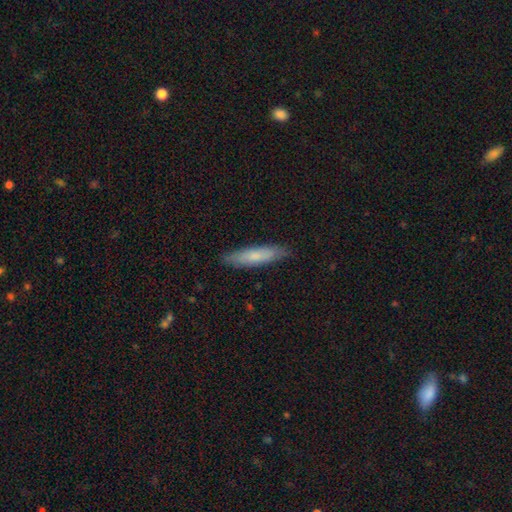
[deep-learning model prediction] A smooth galaxy with no disk features (72%) that is cigar-shaped (80%).

Vote fractions:
- Smooth or featured? smooth: 72% / featured or disk: 22% / star or artifact: 5%
- How rounded? cigar-shaped: 80% / in between: 19% / round: 1%
- Merging? none: 86% / minor disturbance: 11% / major disturbance: 2% / merger: 1%